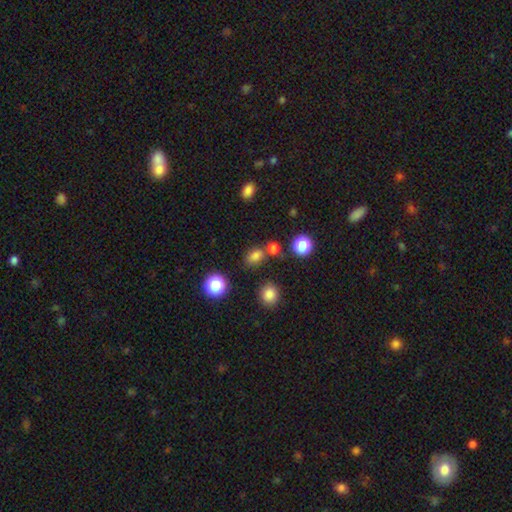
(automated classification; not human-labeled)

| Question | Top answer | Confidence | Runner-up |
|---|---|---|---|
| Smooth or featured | smooth | 75% | star or artifact (19%) |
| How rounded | in between | 62% | round (36%) |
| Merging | none | 67% | merger (14%) |